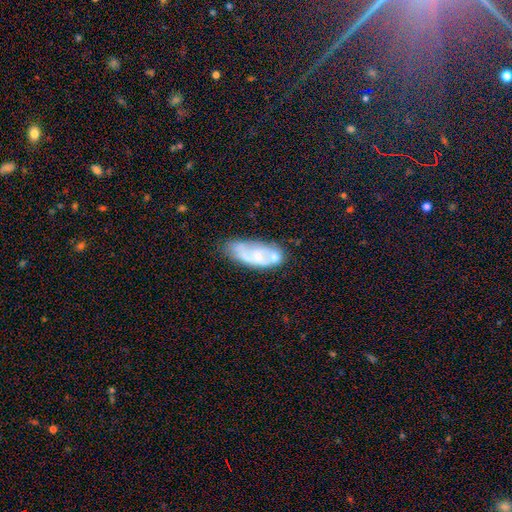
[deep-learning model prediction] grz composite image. It shows a featured or disk galaxy (52%). Merging: none (40%).